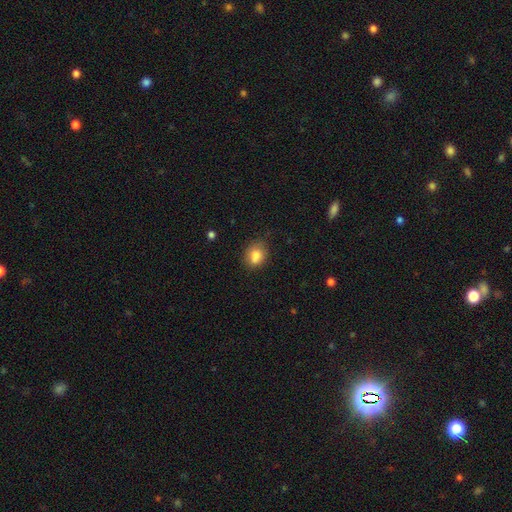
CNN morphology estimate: smooth_or_featured: smooth (p=0.82) [alt: star or artifact p=0.10]
how_rounded: round (p=0.50) [alt: in between p=0.49]
merging: none (p=0.66) [alt: minor disturbance p=0.22]